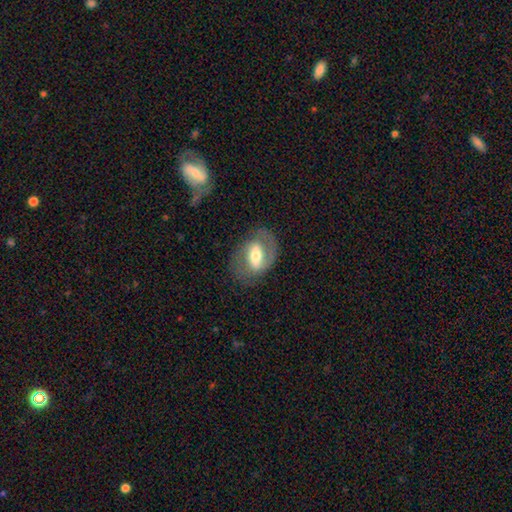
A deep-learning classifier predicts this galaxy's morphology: smooth-or-featured: featured or disk: 63% | smooth: 31% | star or artifact: 6%
  disk-edge-on: no: 92% | yes: 8%
    bar: strong: 49% | weak: 33% | no: 18%
    has-spiral-arms: yes: 61% | no: 39%
    bulge-size: moderate: 61% | large: 18% | small: 18% | dominant: 2% | none: 1%
  merging: none: 74% | minor disturbance: 15% | major disturbance: 10% | merger: 1%